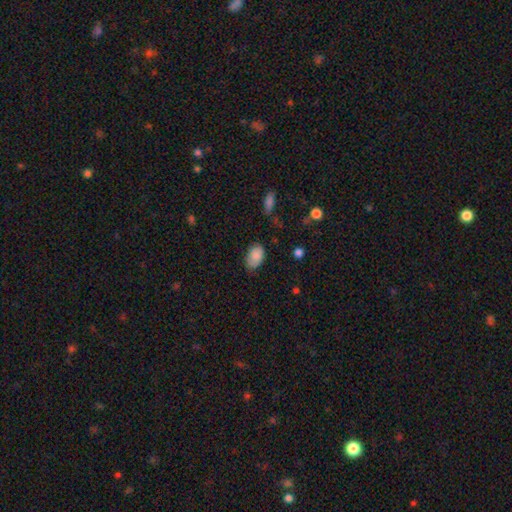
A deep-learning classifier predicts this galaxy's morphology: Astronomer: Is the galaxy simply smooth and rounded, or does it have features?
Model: smooth — 86%.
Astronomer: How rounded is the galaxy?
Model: in between — 91%.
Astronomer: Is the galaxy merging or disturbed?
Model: none — 70%.